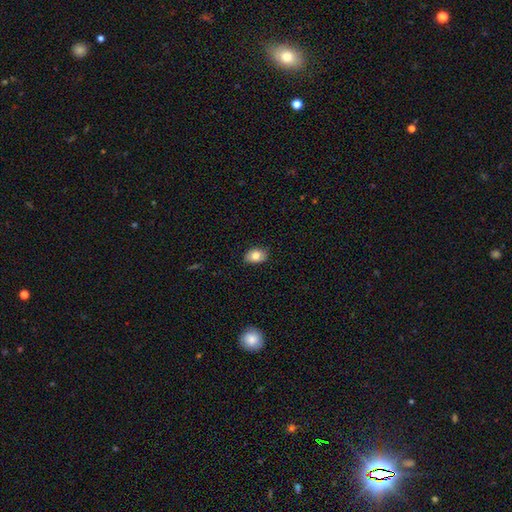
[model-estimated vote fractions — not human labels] Smooth or featured? Predicted: smooth (p=0.81). How rounded? Predicted: in between (p=0.81). Merging? Predicted: none (p=0.83).